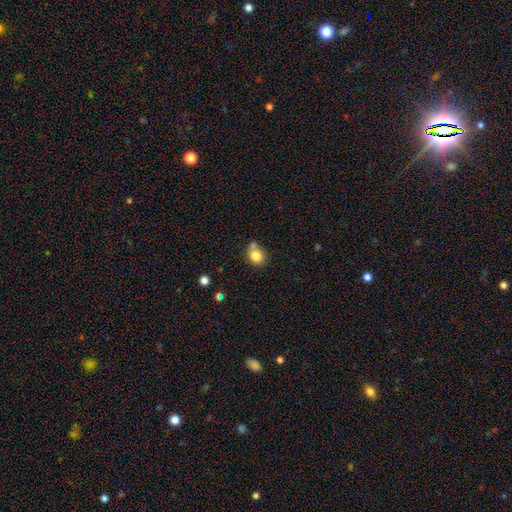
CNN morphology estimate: A smooth galaxy with no disk features (81%) that is round (62%). Merging: none (51%).